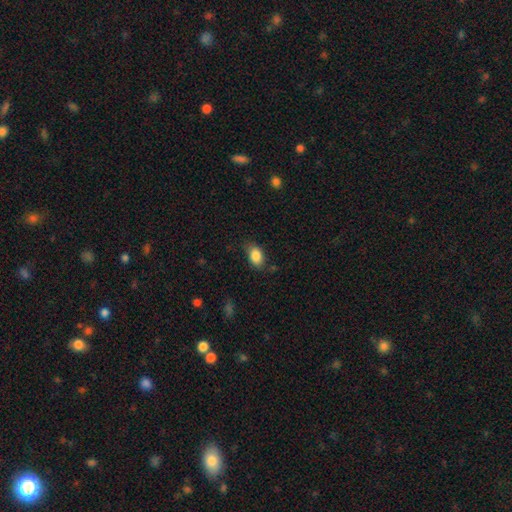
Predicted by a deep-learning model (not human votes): smooth_or_featured: smooth (p=0.86) [alt: star or artifact p=0.08]
how_rounded: in between (p=0.87) [alt: round p=0.11]
merging: none (p=0.74) [alt: minor disturbance p=0.20]